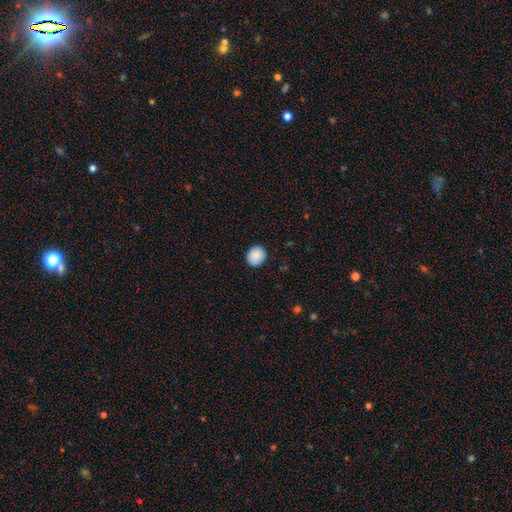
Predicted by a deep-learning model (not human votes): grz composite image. It shows a smooth galaxy with no disk features (88%) that is round (80%). Merging: none (90%).